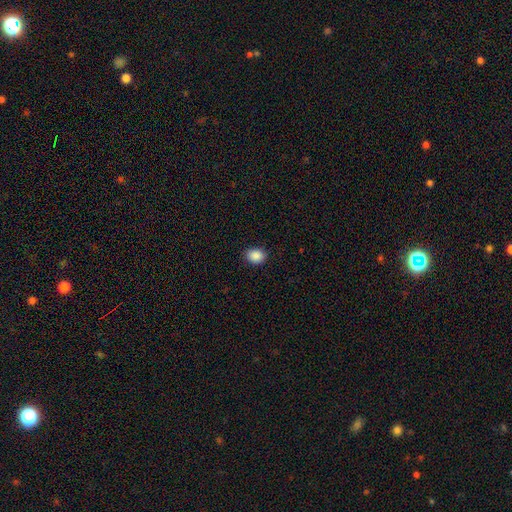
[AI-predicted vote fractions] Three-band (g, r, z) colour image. It shows a smooth galaxy with no disk features (88%) that is round (51%). Merging: none (89%).